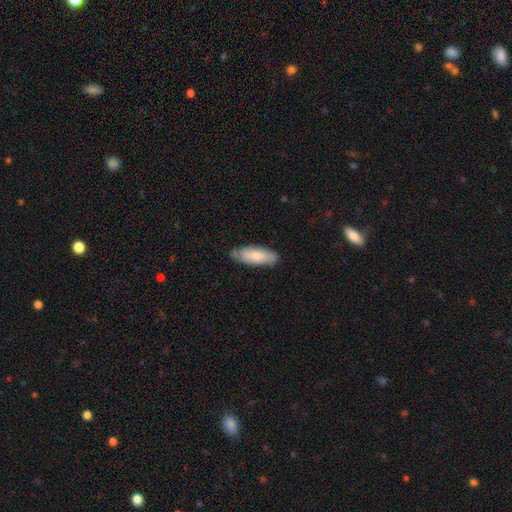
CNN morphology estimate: This appears to be a smooth galaxy with no disk features (72%) that is in between round and cigar-shaped (70%). Merging: none (74%).